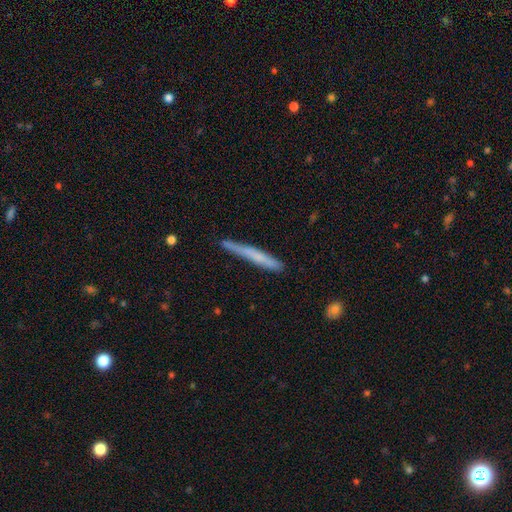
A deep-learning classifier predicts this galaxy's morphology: smooth-or-featured: smooth: 55% | featured or disk: 38% | star or artifact: 6%
  how-rounded: cigar-shaped: 97% | in between: 2% | round: 1%
  merging: none: 79% | minor disturbance: 16% | major disturbance: 3% | merger: 2%